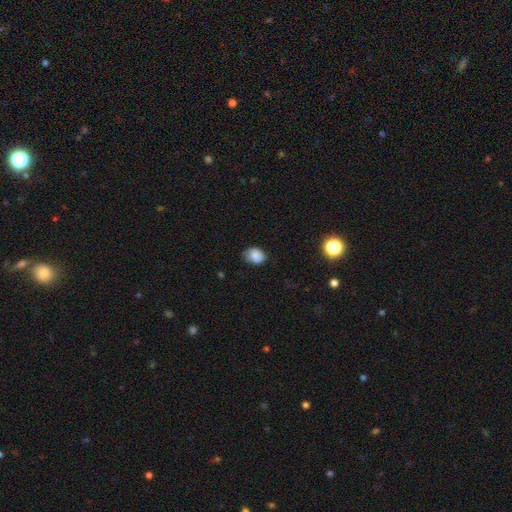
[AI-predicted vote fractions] A smooth galaxy with no disk features (84%) that is in between round and cigar-shaped (60%). Merging: none (62%).